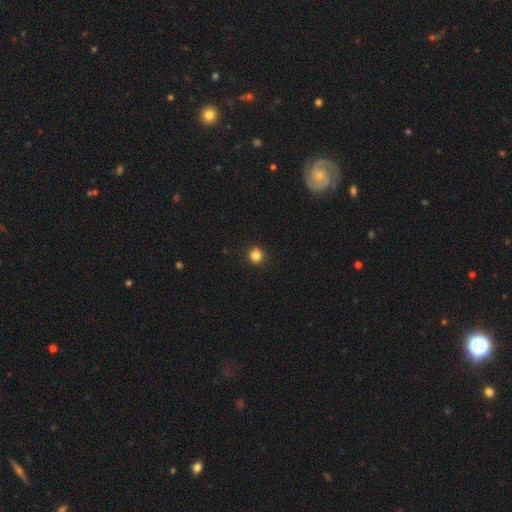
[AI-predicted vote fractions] Smooth or featured: smooth — 84% (star or artifact — 12%)
How rounded: round — 94% (in between — 5%)
Merging: none — 92% (minor disturbance — 5%)